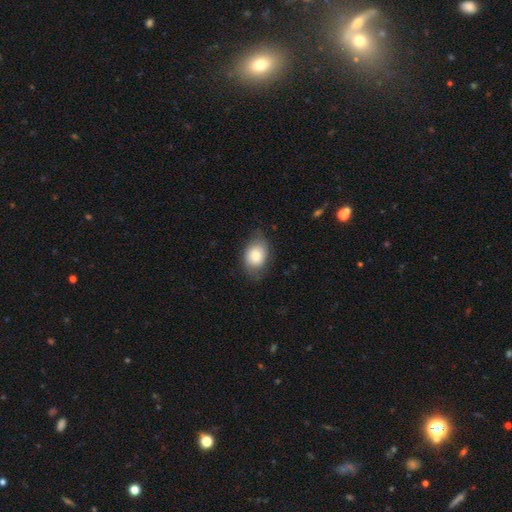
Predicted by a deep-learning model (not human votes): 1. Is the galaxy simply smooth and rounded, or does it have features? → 76% smooth, 17% featured or disk, 7% star or artifact.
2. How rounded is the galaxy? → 73% in between, 26% round, 1% cigar-shaped.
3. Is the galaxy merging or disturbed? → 70% none, 23% minor disturbance, 6% major disturbance, 1% merger.